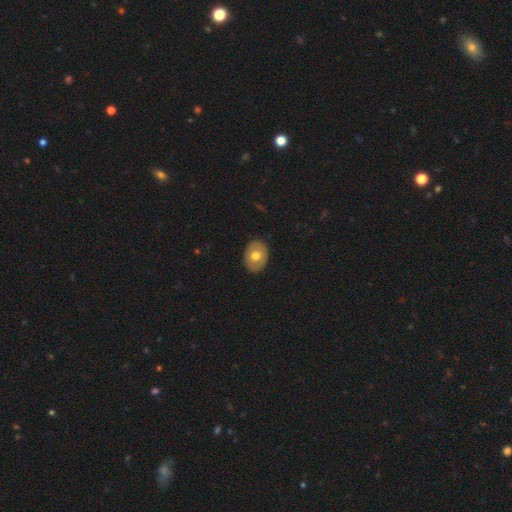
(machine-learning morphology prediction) Overall: smooth (65%; featured or disk 29%). How rounded: in between (65%; round 35%). Merging: none (88%).